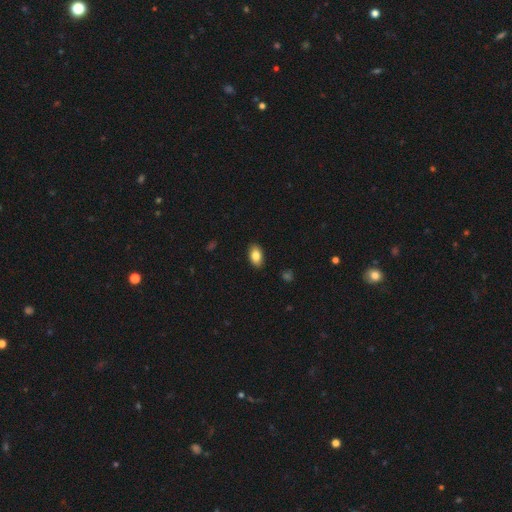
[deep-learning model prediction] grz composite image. It shows a smooth galaxy with no disk features (83%) that is in between round and cigar-shaped (93%). Merging: none (89%).